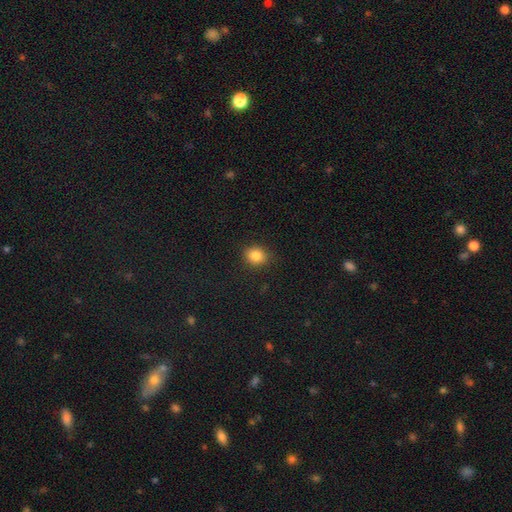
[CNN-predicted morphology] smooth 85%, star or artifact 11%, featured or disk 5%. Down the decision tree: how rounded — round (70%); merging — none (88%).